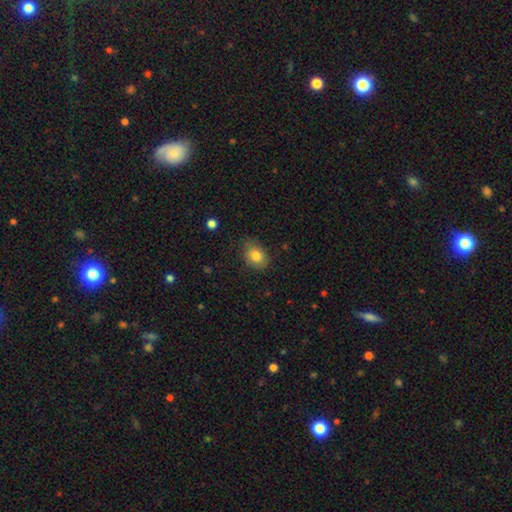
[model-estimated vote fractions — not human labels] The model was most divided on "how rounded": in between: 65%, round: 34%, cigar-shaped: 1%. More confident: smooth or featured — smooth (83%); merging — none (76%).